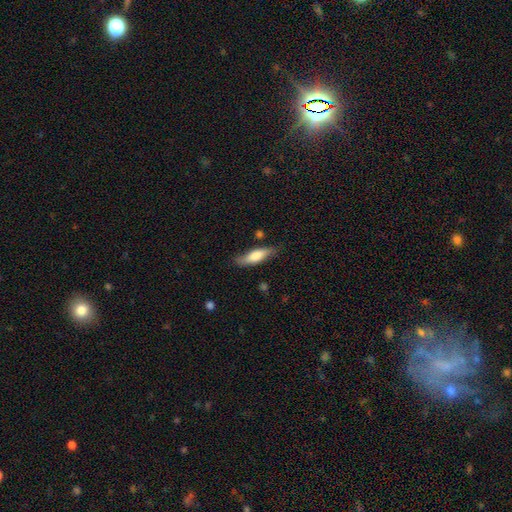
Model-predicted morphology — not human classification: A smooth galaxy with no disk features (69%) that is cigar-shaped (54%). Merging: none (73%).